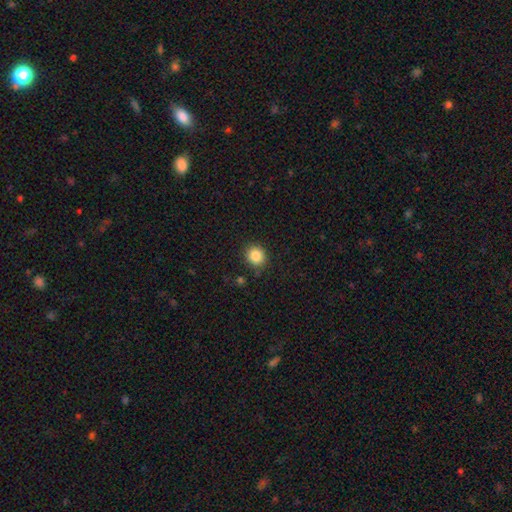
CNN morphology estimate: Smooth or featured? smooth (85%)
How rounded? round (83%)
Merging? none (87%)